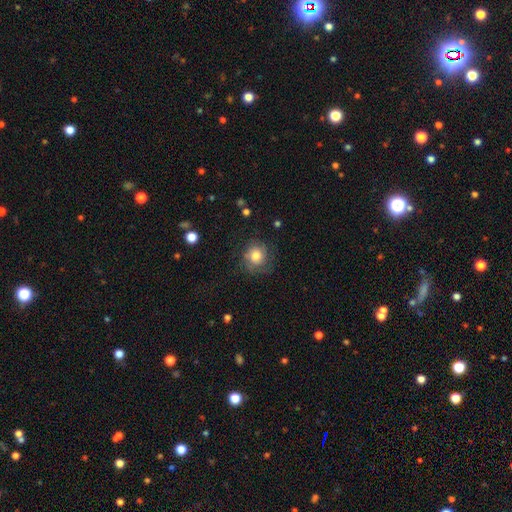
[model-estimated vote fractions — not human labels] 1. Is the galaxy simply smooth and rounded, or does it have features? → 59% smooth, 31% featured or disk, 10% star or artifact.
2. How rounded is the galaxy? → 84% round, 15% in between, 1% cigar-shaped.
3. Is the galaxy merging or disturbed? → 68% none, 19% minor disturbance, 12% major disturbance, 1% merger.